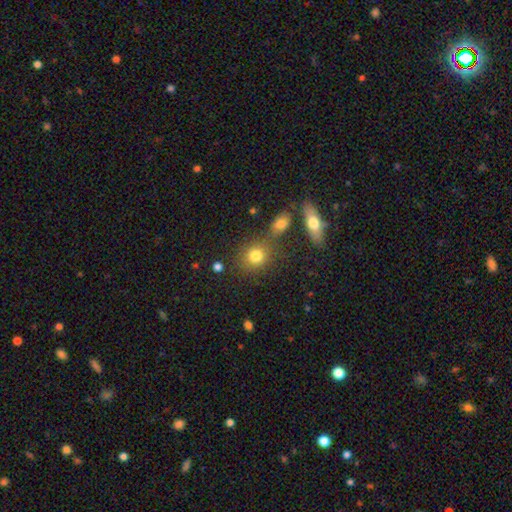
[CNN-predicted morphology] This is likely a smooth galaxy (79%). How rounded: likely round (72%). Merging: likely none (67%).